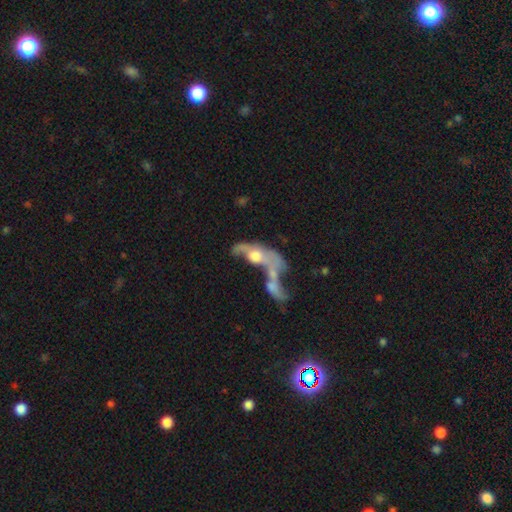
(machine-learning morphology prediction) A featured or disk galaxy (60%). Merging: merger (62%).